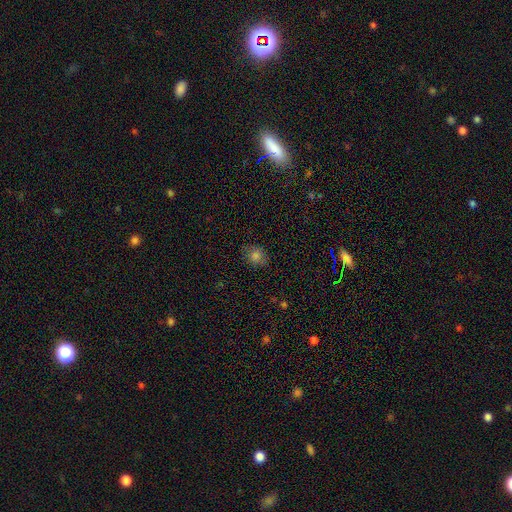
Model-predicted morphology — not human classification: type=smooth (75%); roundness=round (66%); merging=none (83%).